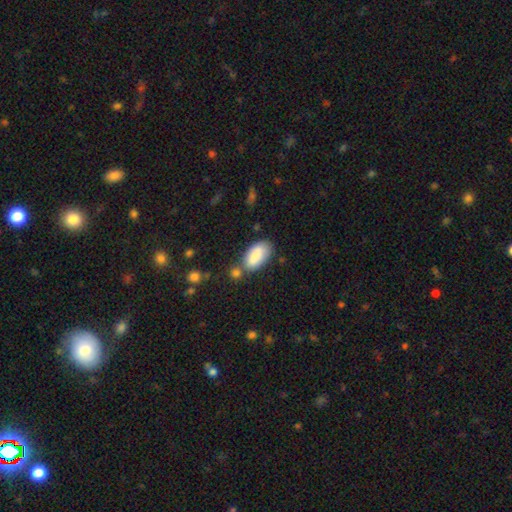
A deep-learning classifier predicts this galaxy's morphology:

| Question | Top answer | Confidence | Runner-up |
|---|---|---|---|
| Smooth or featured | smooth | 86% | featured or disk (8%) |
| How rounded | in between | 94% | cigar-shaped (4%) |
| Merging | none | 59% | merger (18%) |